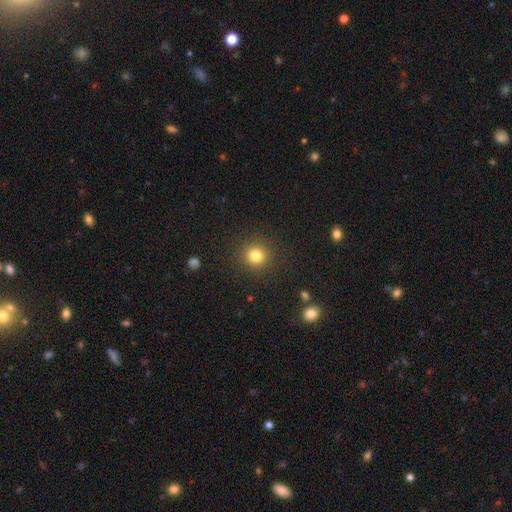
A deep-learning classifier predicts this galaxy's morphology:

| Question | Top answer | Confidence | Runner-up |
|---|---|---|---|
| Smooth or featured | smooth | 81% | star or artifact (13%) |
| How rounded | round | 93% | in between (6%) |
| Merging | none | 90% | minor disturbance (6%) |